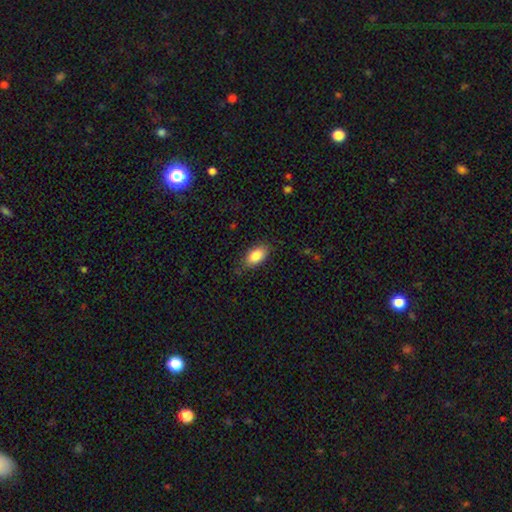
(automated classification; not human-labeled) smooth-or-featured: smooth: 86% | star or artifact: 7% | featured or disk: 7%
  how-rounded: in between: 92% | round: 4% | cigar-shaped: 4%
  merging: none: 82% | minor disturbance: 14% | major disturbance: 3% | merger: 1%